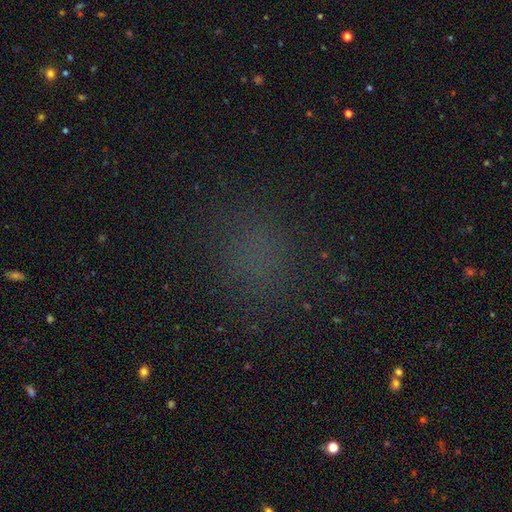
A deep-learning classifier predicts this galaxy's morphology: Overall: smooth (58%; star or artifact 35%). How rounded: round (68%; in between 30%). Merging: none (83%).